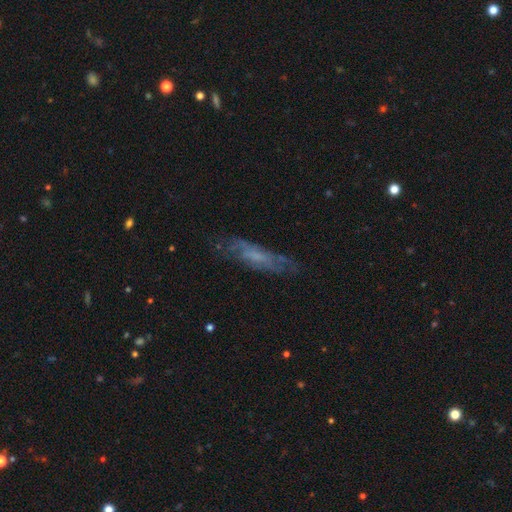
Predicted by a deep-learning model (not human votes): Q: Smooth or featured?
A: featured or disk (54%); runner-up: smooth (36%)
Q: Edge-on disk?
A: no (60%); runner-up: yes (40%)
Q: Merging?
A: none (70%); runner-up: minor disturbance (20%)